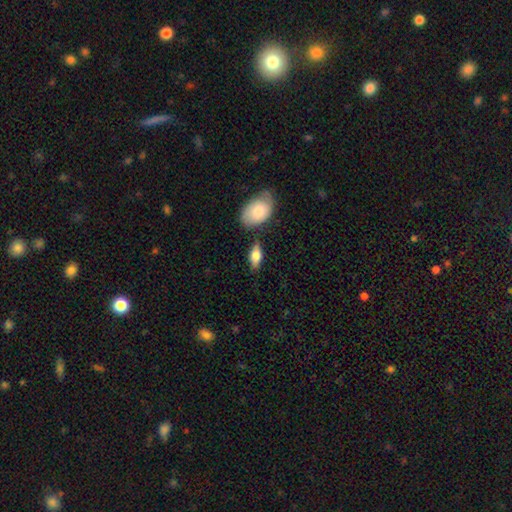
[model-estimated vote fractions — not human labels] Overall: smooth (68%). How rounded: in between (83%). Merging: none (73%).